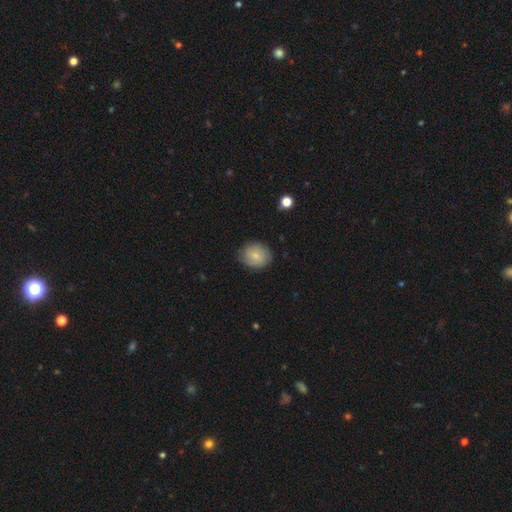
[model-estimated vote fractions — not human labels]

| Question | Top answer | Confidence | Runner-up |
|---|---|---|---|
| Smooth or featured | smooth | 75% | featured or disk (18%) |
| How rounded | round | 64% | in between (35%) |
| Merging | none | 79% | minor disturbance (17%) |